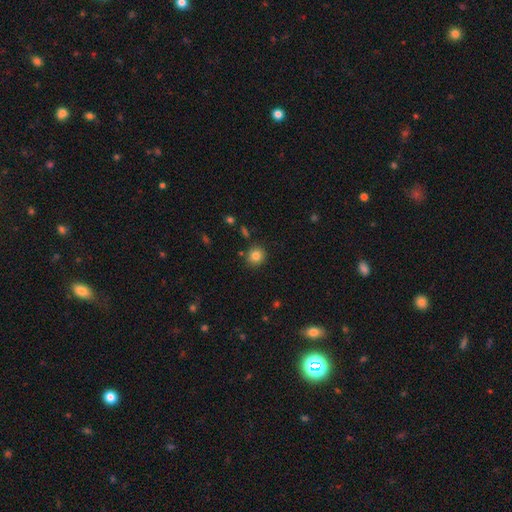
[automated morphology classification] Smooth or featured? Predicted: smooth (p=0.82). How rounded? Predicted: round (p=0.89). Merging? Predicted: none (p=0.87).